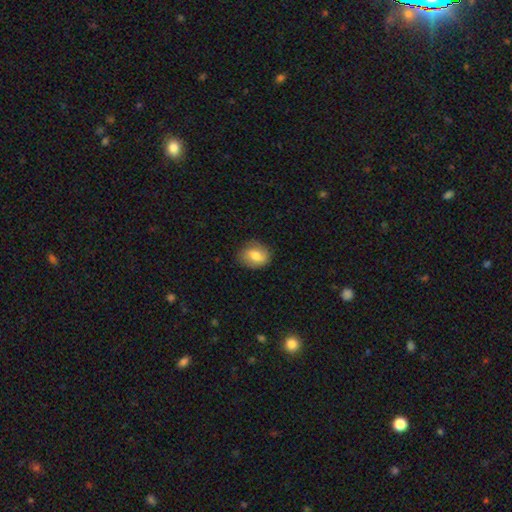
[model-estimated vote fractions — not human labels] smooth-or-featured: smooth: 72% | featured or disk: 20% | star or artifact: 8%
  how-rounded: in between: 53% | round: 46% | cigar-shaped: 1%
  merging: none: 77% | minor disturbance: 17% | major disturbance: 4% | merger: 1%